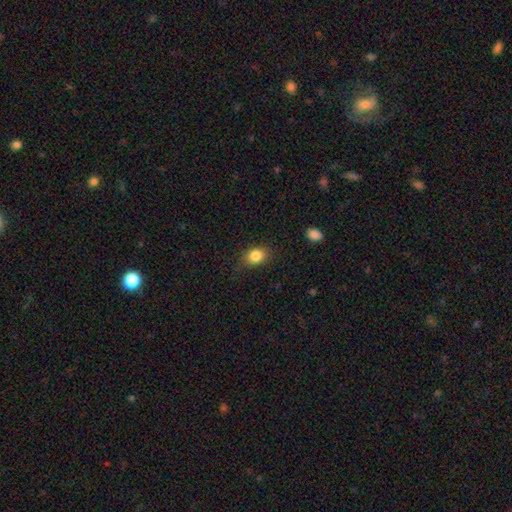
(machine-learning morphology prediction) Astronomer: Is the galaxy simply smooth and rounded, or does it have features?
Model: smooth — 85%.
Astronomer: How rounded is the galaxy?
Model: in between — 62% (runner-up: round, 37%).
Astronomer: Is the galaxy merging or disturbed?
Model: none — 83%.